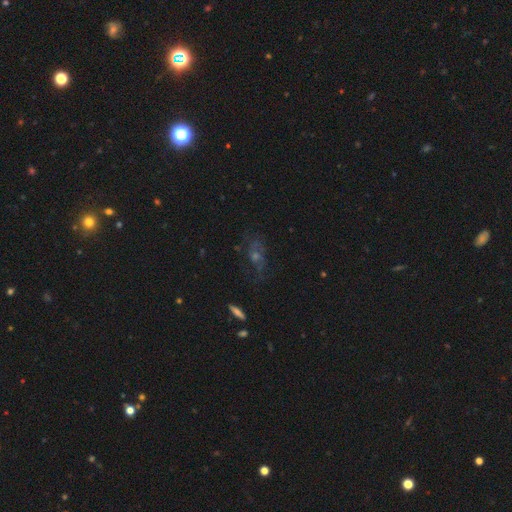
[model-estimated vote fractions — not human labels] Smooth or featured: featured or disk — 45% (star or artifact — 30%)
Merging: none — 63% (minor disturbance — 19%)